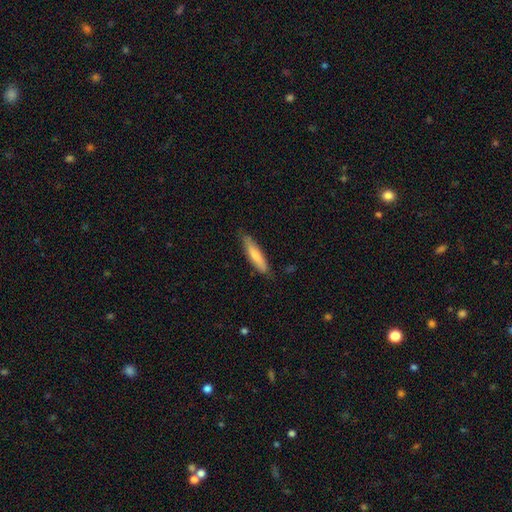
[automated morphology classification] A smooth galaxy with no disk features (73%) that is cigar-shaped (81%). Merging: none (79%).